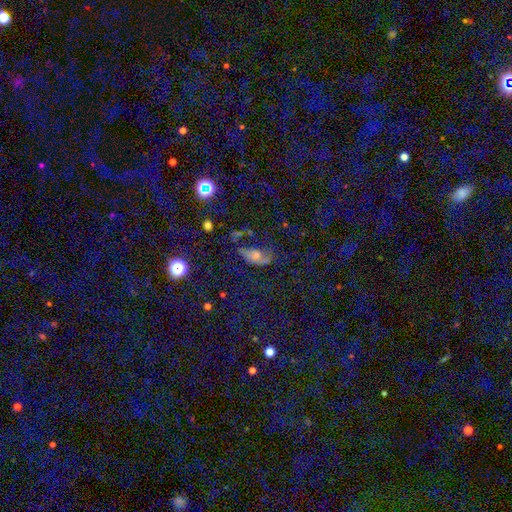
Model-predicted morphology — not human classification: Smooth or featured? smooth (41%)
Merging? none (38%)